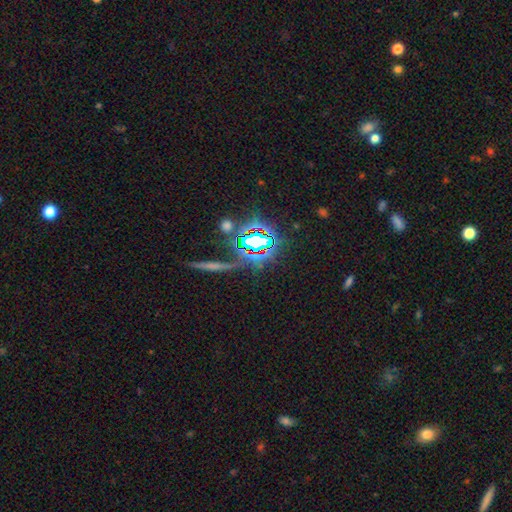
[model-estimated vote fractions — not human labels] Overall: star or artifact (76%).